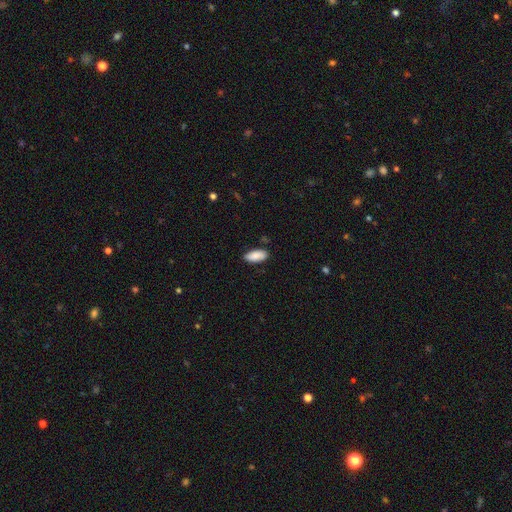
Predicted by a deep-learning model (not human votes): Q: Smooth or featured?
A: smooth (87%); runner-up: featured or disk (6%)
Q: How rounded?
A: in between (88%); runner-up: cigar-shaped (10%)
Q: Merging?
A: none (83%); runner-up: minor disturbance (13%)